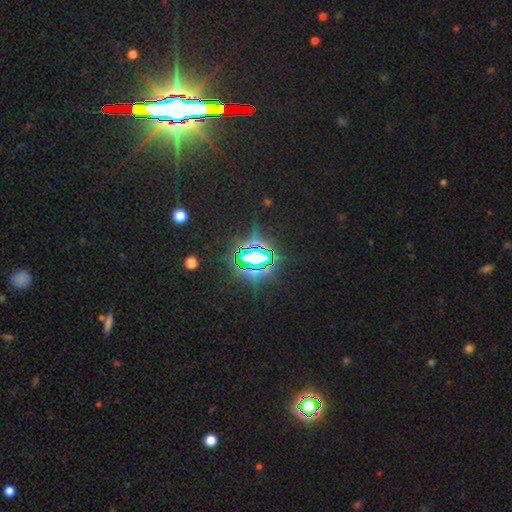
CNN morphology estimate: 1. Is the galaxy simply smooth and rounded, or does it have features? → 82% star or artifact, 10% smooth, 9% featured or disk.